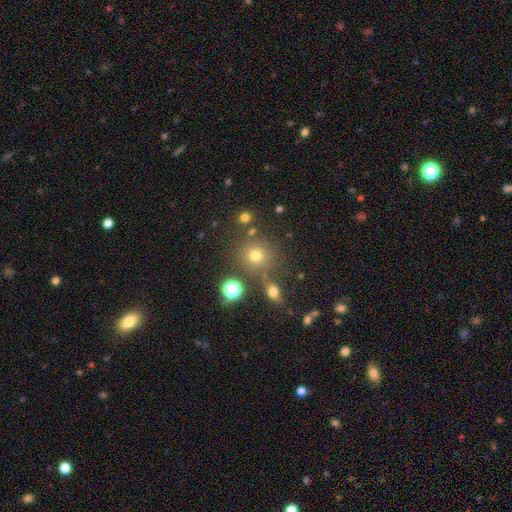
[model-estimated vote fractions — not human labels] smooth 69%, star or artifact 21%, featured or disk 10%. Down the decision tree: how rounded — round (89%); merging — none (77%).